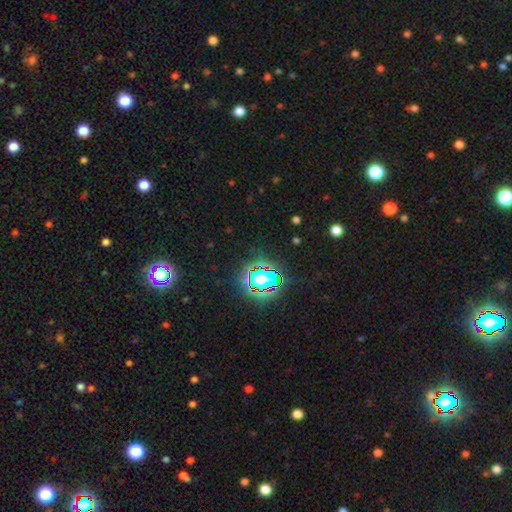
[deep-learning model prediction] A star or artifact, not a galaxy (82%).

Vote fractions:
- Smooth or featured? star or artifact: 82% / smooth: 11% / featured or disk: 7%